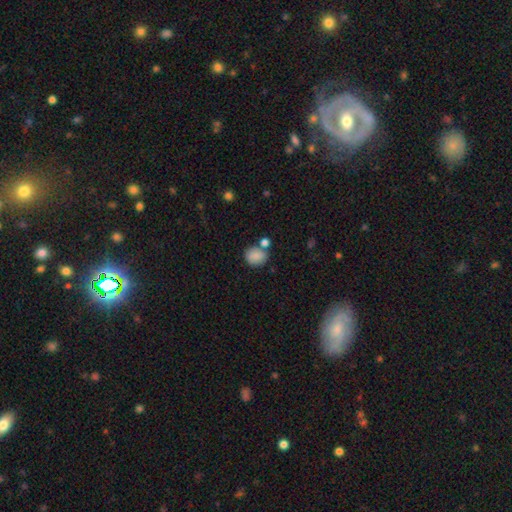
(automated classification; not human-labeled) Smooth or featured? Predicted: smooth (p=0.85). How rounded? Predicted: round (p=0.63). Merging? Predicted: none (p=0.61).